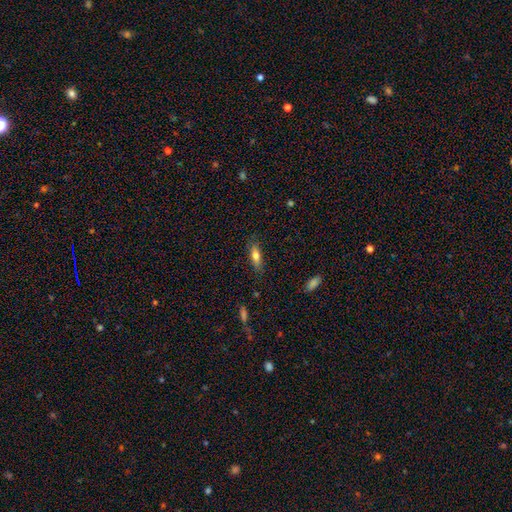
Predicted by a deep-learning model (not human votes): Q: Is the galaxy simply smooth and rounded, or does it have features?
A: smooth — 75%.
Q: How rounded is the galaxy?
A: in between — 59%.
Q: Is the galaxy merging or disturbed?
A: none — 83%.